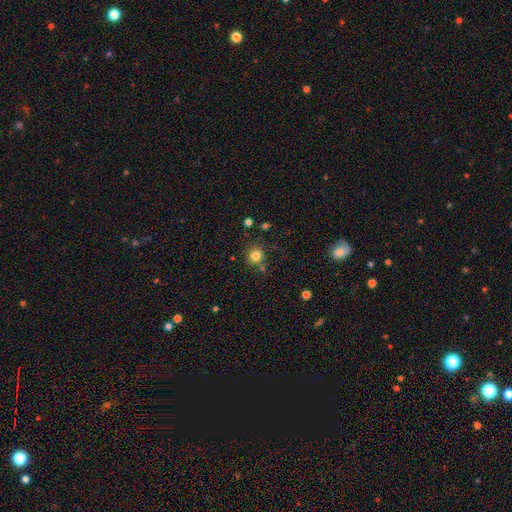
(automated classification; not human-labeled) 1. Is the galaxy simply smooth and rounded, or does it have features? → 81% smooth, 13% star or artifact, 6% featured or disk.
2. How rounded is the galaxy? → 90% round, 9% in between, 1% cigar-shaped.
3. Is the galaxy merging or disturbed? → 74% none, 12% minor disturbance, 10% merger, 4% major disturbance.